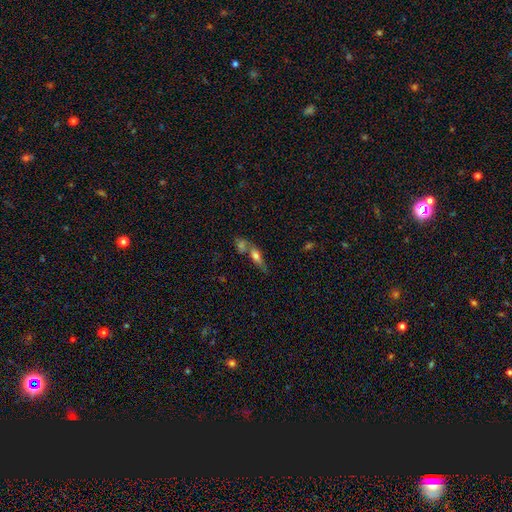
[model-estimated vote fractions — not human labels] This appears to be a smooth galaxy with no disk features (59%) that is in between round and cigar-shaped (54%). Merging: merger (44%).